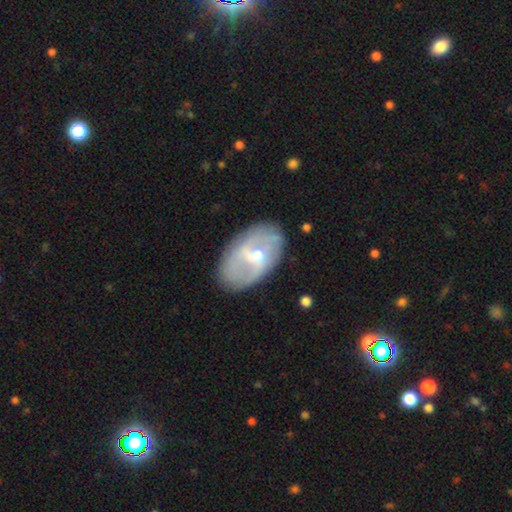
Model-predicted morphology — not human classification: A featured or disk galaxy (67%) with a weak bar (46%), spiral arms (61%) and a small central bulge (59%).

Vote fractions:
- Smooth or featured? featured or disk: 67% / smooth: 26% / star or artifact: 7%
- Edge-on disk? no: 94% / yes: 6%
- Bar? weak: 46% / no: 35% / strong: 20%
- Spiral arms? yes: 61% / no: 39%
- Bulge size? small: 59% / moderate: 37% / large: 2% / none: 1% / dominant: 1%
- Merging? none: 70% / minor disturbance: 19% / major disturbance: 8% / merger: 3%